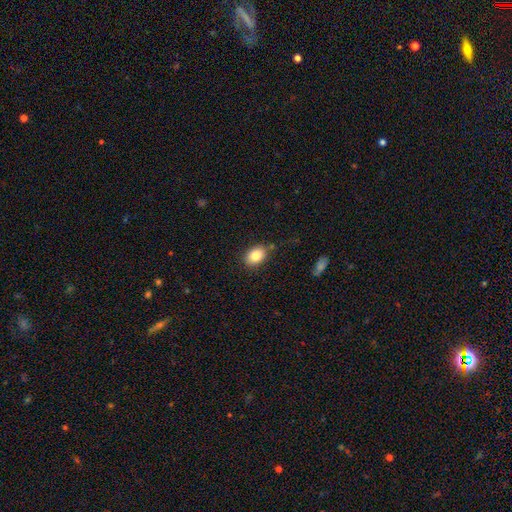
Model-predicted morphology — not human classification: A smooth galaxy with no disk features (84%) that is in between round and cigar-shaped (78%). Merging: none (81%).